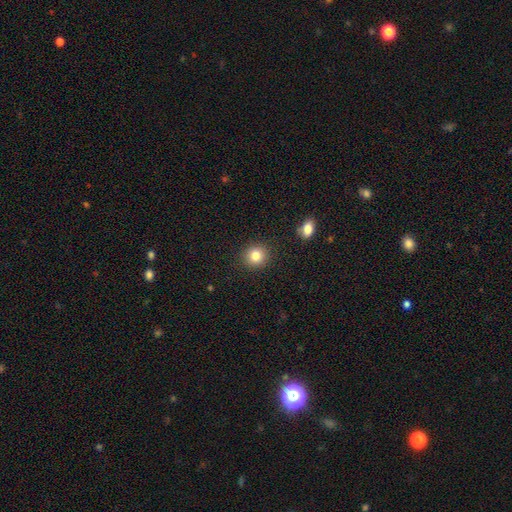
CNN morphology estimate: Q: Smooth or featured?
A: smooth (83%); runner-up: star or artifact (11%)
Q: How rounded?
A: round (88%); runner-up: in between (11%)
Q: Merging?
A: none (90%); runner-up: minor disturbance (6%)